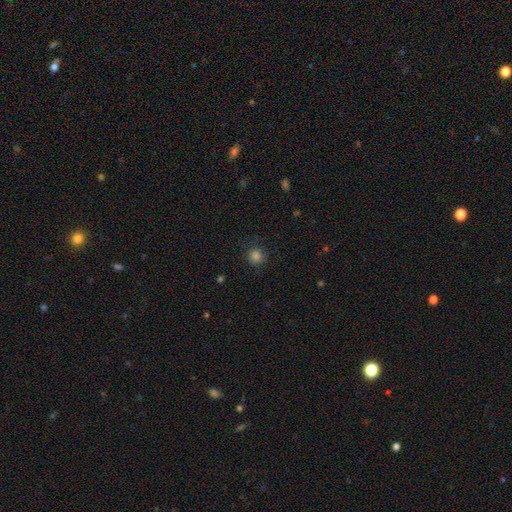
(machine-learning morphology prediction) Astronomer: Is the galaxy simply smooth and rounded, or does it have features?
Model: smooth — 81%.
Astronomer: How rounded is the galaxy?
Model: round — 94%.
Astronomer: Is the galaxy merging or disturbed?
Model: none — 86%.